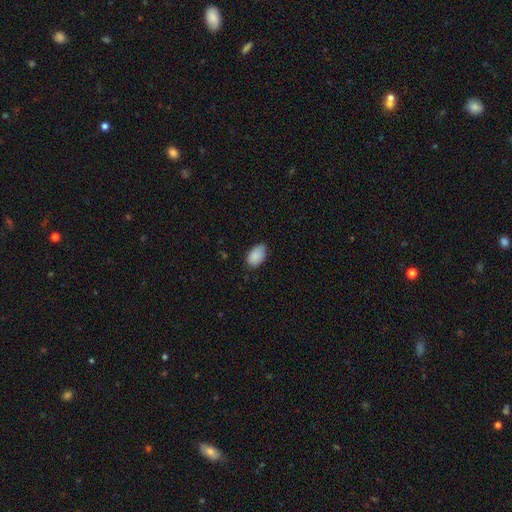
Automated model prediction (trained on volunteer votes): The model was most divided on "merging": none: 70%, minor disturbance: 26%, major disturbance: 4%, merger: 1%. More confident: how rounded — in between (91%); smooth or featured — smooth (89%).